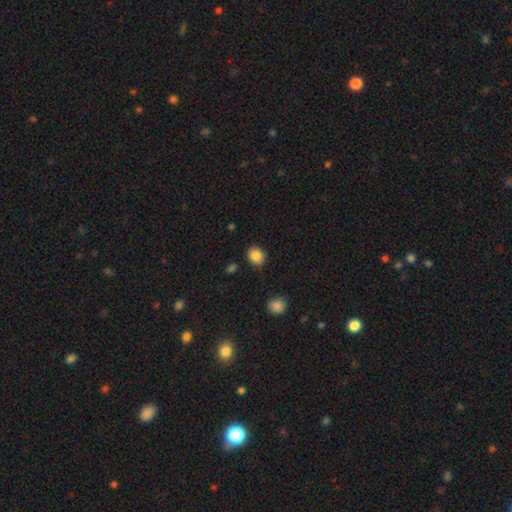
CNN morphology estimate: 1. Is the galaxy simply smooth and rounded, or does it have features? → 86% smooth, 9% star or artifact, 4% featured or disk.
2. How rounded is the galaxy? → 64% round, 35% in between, 1% cigar-shaped.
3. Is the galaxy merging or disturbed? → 86% none, 10% minor disturbance, 3% major disturbance, 2% merger.